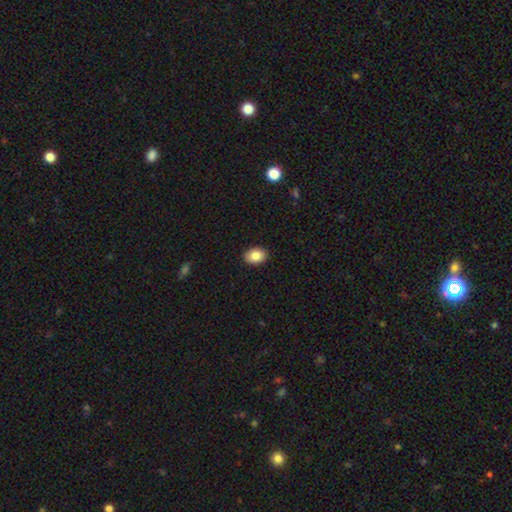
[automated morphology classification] Smooth or featured? Predicted: smooth (p=0.86). How rounded? Predicted: in between (p=0.74). Merging? Predicted: none (p=0.90).